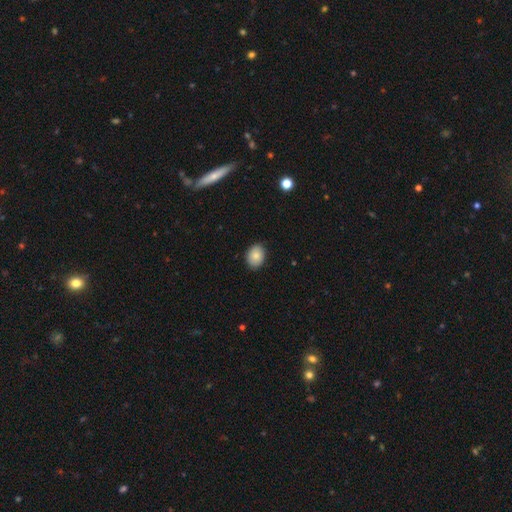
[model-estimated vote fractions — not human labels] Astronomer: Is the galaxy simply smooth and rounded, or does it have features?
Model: smooth — 84%.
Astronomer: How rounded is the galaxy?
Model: in between — 64%.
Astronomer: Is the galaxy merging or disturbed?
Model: none — 88%.